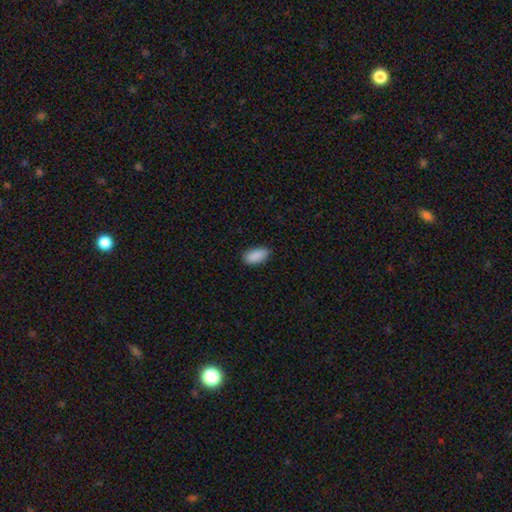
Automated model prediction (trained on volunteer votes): Smooth or featured?
  - smooth: 90% *
  - star or artifact: 7%
  - featured or disk: 3%
How rounded?
  - in between: 92% *
  - cigar-shaped: 6%
  - round: 3%
Merging?
  - none: 84% *
  - minor disturbance: 13%
  - major disturbance: 2%
  - merger: 1%